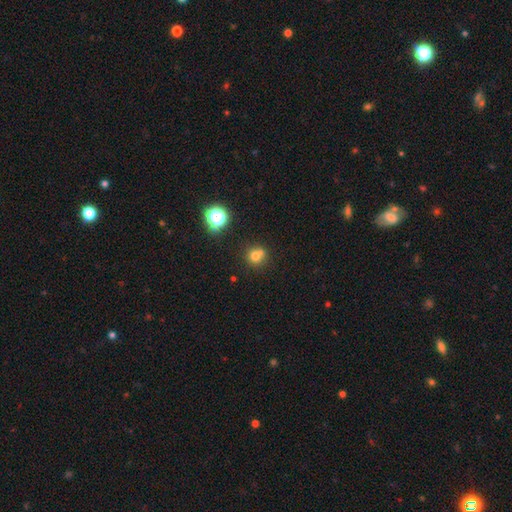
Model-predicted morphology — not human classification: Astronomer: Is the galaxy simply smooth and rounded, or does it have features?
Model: smooth — 70%.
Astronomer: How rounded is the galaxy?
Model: round — 86%.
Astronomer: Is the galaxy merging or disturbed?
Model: none — 54% (runner-up: merger, 33%).